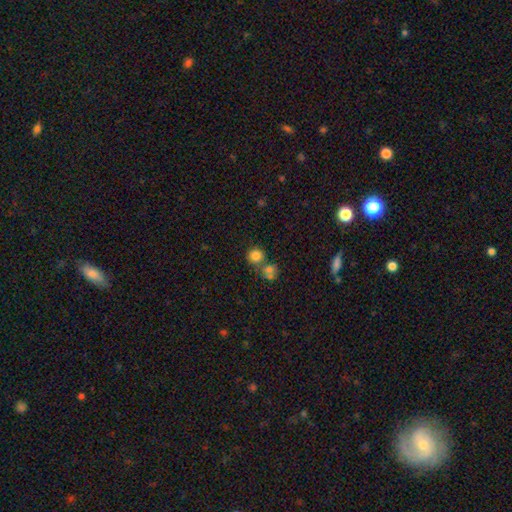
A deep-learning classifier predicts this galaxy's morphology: This appears to be a smooth galaxy with no disk features (81%) that is round (89%). Merging: none (62%).